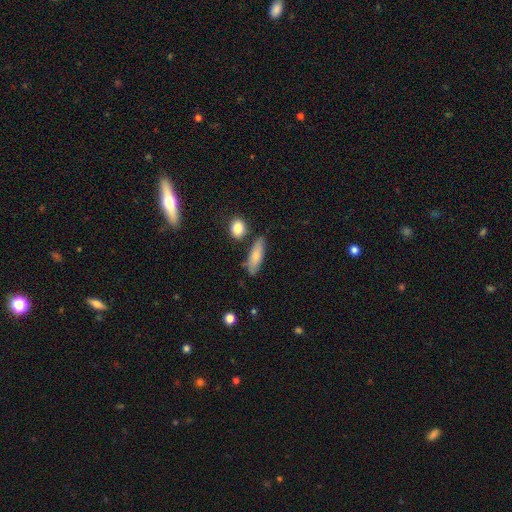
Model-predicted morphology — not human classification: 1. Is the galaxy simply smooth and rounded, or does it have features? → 73% smooth, 21% featured or disk, 6% star or artifact.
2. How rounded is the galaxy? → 53% in between, 44% cigar-shaped, 3% round.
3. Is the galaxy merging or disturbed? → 72% none, 18% minor disturbance, 6% merger, 4% major disturbance.